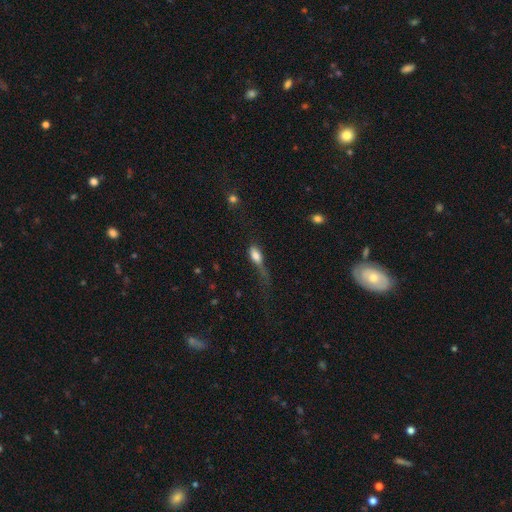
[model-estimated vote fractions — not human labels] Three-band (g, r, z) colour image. It shows a smooth galaxy with no disk features (71%) that is in between round and cigar-shaped (72%). Merging: major disturbance (48%).